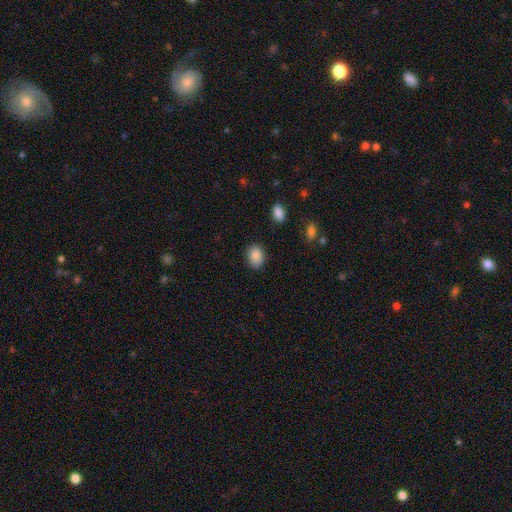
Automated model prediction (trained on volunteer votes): smooth 87%, star or artifact 8%, featured or disk 5%. Down the decision tree: how rounded — in between (75%); merging — none (85%).